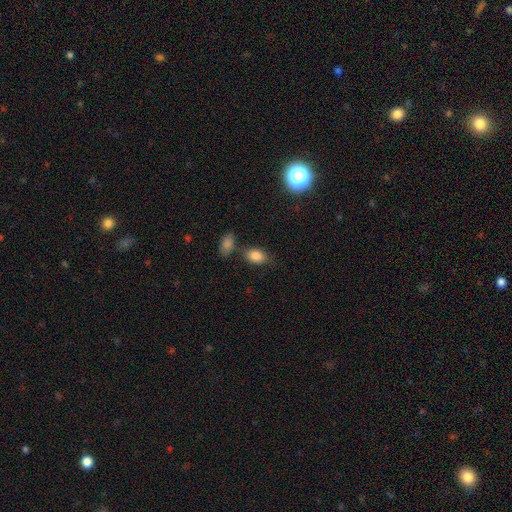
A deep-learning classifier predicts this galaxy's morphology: smooth_or_featured: smooth (p=0.85) [alt: star or artifact p=0.09]
how_rounded: in between (p=0.85) [alt: round p=0.13]
merging: none (p=0.71) [alt: minor disturbance p=0.14]